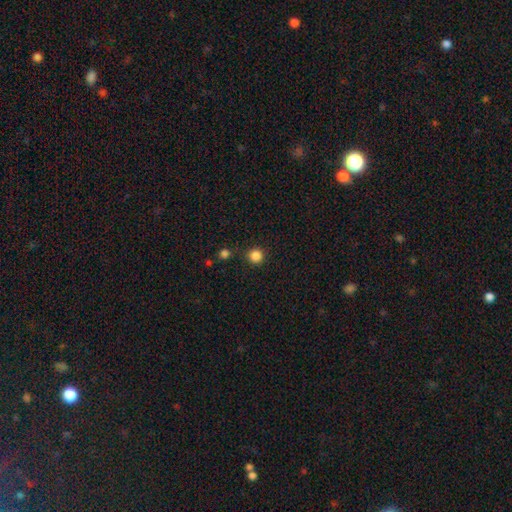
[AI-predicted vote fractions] Morphology: type=smooth (85%); roundness=round (94%); merging=none (87%).